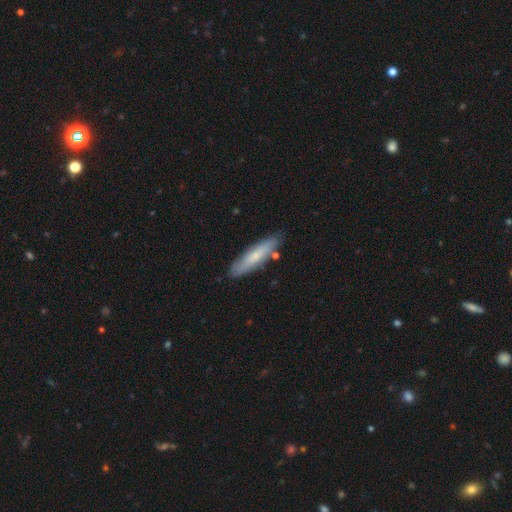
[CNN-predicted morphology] Smooth or featured?
  - smooth: 65% *
  - featured or disk: 29%
  - star or artifact: 6%
How rounded?
  - cigar-shaped: 79% *
  - in between: 19%
  - round: 1%
Merging?
  - none: 83% *
  - minor disturbance: 12%
  - merger: 3%
  - major disturbance: 2%